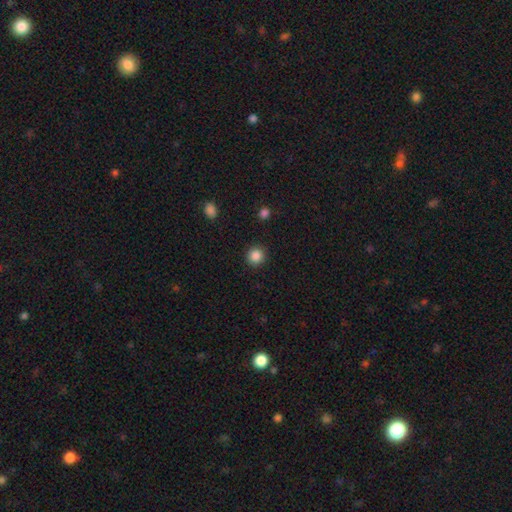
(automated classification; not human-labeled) smooth 86%, star or artifact 10%, featured or disk 3%. Down the decision tree: how rounded — round (93%); merging — none (91%).